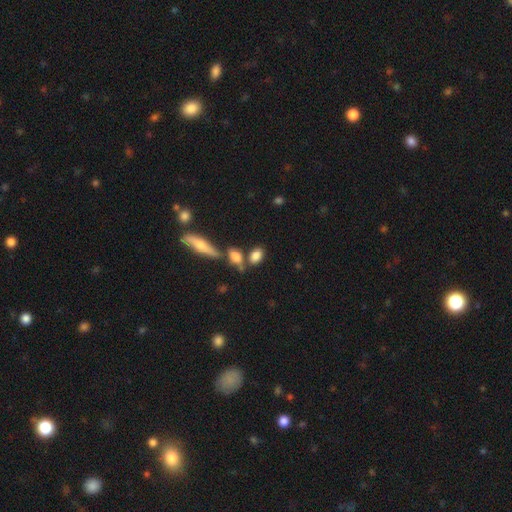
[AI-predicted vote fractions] This appears to be a smooth galaxy with no disk features (81%) that is in between round and cigar-shaped (83%). Merging: none (58%).